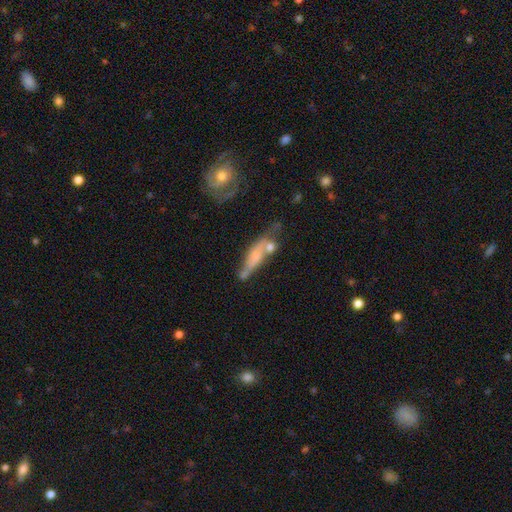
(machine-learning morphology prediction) smooth_or_featured: featured or disk (p=0.48) [alt: smooth p=0.42]
merging: none (p=0.35) [alt: merger p=0.24]